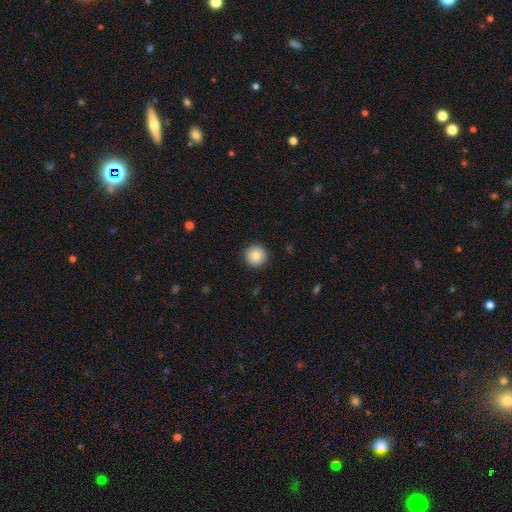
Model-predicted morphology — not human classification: smooth-or-featured: smooth: 85% | star or artifact: 8% | featured or disk: 7%
  how-rounded: round: 96% | in between: 3% | cigar-shaped: 1%
  merging: none: 92% | minor disturbance: 6% | major disturbance: 2% | merger: 1%